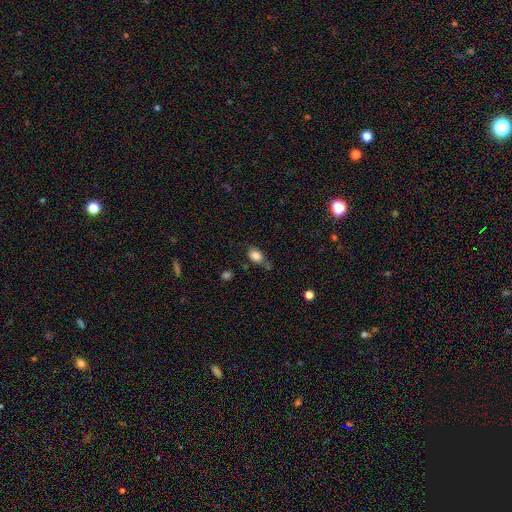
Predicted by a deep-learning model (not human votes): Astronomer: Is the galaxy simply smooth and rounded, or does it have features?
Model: smooth — 84%.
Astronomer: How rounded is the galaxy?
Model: in between — 81%.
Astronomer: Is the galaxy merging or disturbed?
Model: none — 61%.